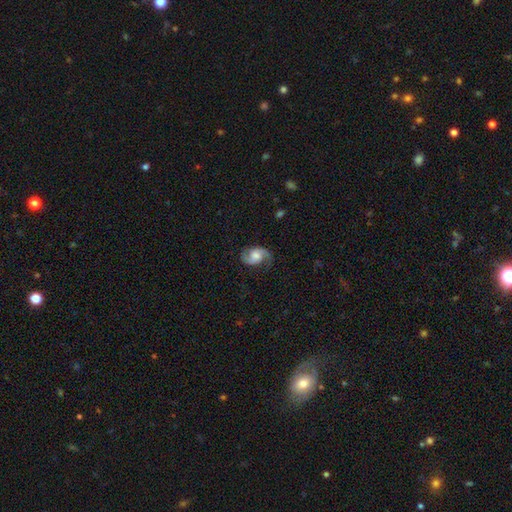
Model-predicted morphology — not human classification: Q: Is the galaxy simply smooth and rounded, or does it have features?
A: featured or disk — 84%.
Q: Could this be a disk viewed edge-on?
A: no — 98%.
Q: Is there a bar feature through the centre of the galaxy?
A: no — 59%.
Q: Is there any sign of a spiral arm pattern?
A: yes — 97%.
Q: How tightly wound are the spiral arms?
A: medium — 48%.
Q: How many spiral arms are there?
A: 2 — 91%.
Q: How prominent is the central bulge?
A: moderate — 51%.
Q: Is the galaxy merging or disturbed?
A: none — 77%.